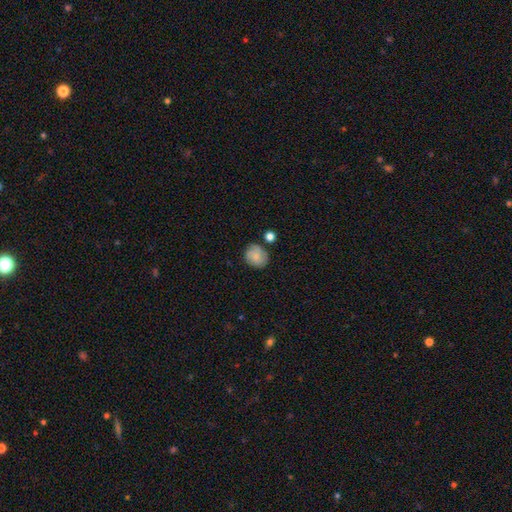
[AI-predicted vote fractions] smooth_or_featured: smooth (p=0.73) [alt: featured or disk p=0.19]
how_rounded: round (p=0.69) [alt: in between p=0.30]
merging: none (p=0.69) [alt: minor disturbance p=0.19]